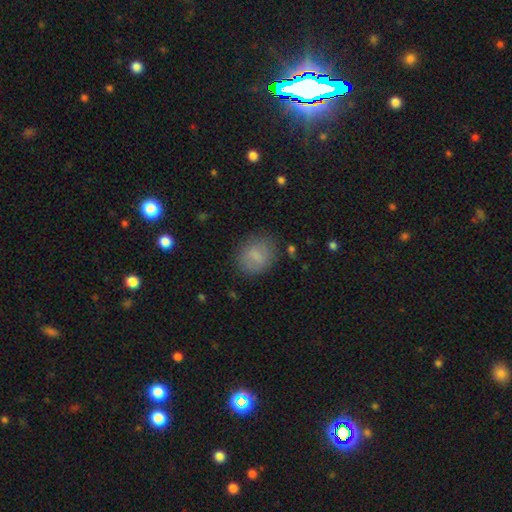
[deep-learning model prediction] Morphology: type=smooth (76%); roundness=in between (49%, tied with round); merging=none (77%).